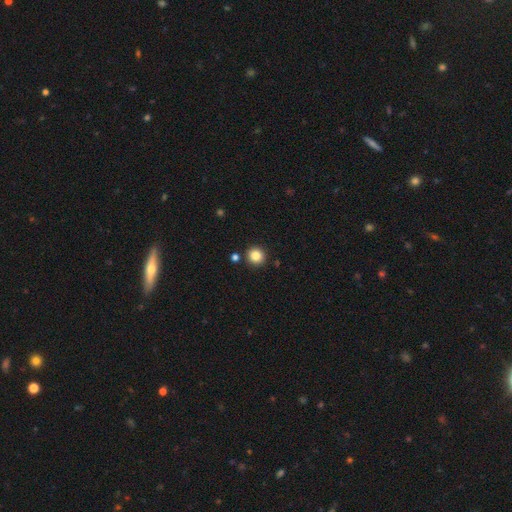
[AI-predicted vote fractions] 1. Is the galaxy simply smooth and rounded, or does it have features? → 84% smooth, 11% star or artifact, 5% featured or disk.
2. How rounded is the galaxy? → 94% round, 5% in between, 1% cigar-shaped.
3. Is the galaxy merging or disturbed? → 89% none, 5% minor disturbance, 4% merger, 2% major disturbance.